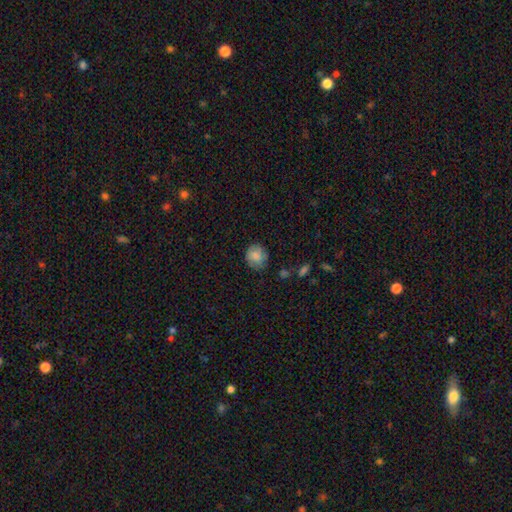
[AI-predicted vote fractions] smooth 80%, featured or disk 12%, star or artifact 8%. Down the decision tree: how rounded — round (77%); merging — none (73%).